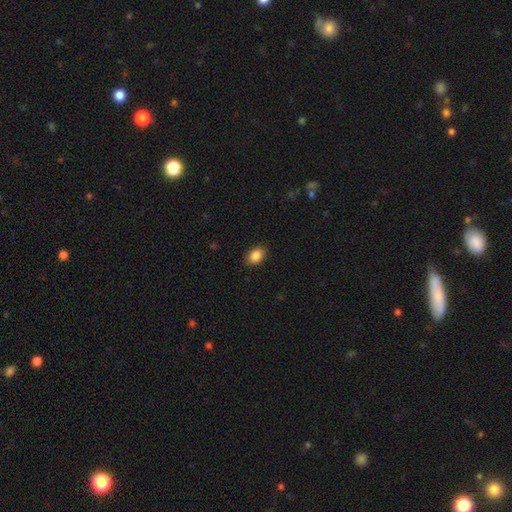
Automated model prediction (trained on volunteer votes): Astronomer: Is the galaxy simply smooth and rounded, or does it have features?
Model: smooth — 88%.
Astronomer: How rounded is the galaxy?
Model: in between — 84%.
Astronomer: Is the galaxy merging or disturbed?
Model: none — 88%.